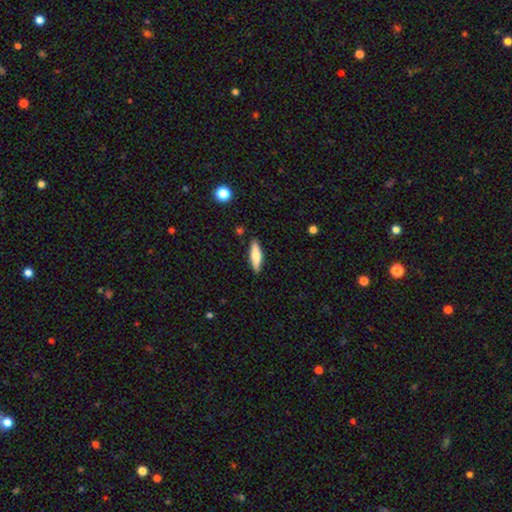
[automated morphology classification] The model was most divided on "how rounded": cigar-shaped: 64%, in between: 34%, round: 2%. More confident: merging — none (88%); smooth or featured — smooth (66%).